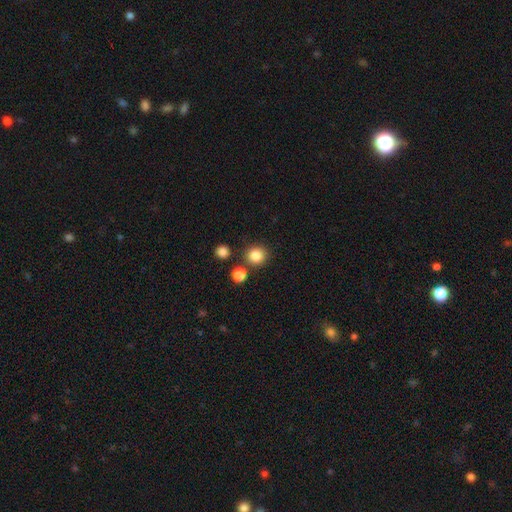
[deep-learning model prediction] Smooth or featured? Predicted: smooth (p=0.83). How rounded? Predicted: round (p=0.91). Merging? Predicted: none (p=0.83).